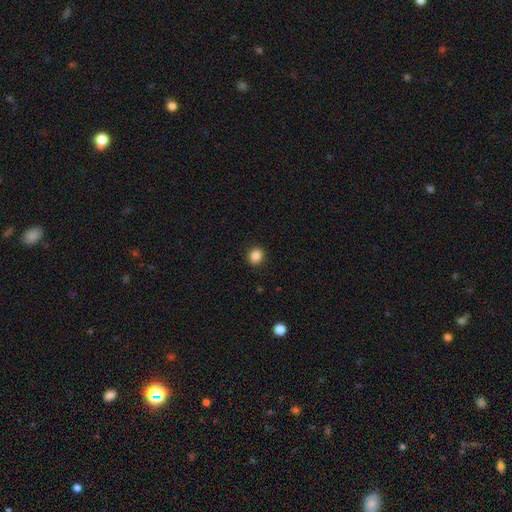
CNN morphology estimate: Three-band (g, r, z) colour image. It shows a smooth galaxy with no disk features (86%) that is round (76%). Merging: none (91%).